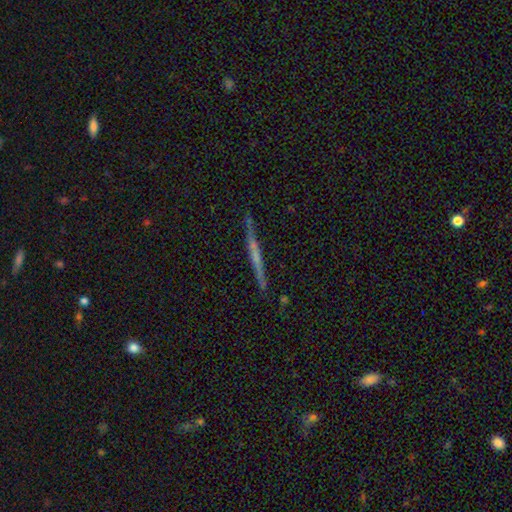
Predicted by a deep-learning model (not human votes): Smooth or featured: featured or disk — 65% (smooth — 27%)
Edge-on disk: yes — 97% (no — 3%)
Edge-on bulge: none — 61% (rounded — 27%)
Merging: none — 88% (minor disturbance — 9%)